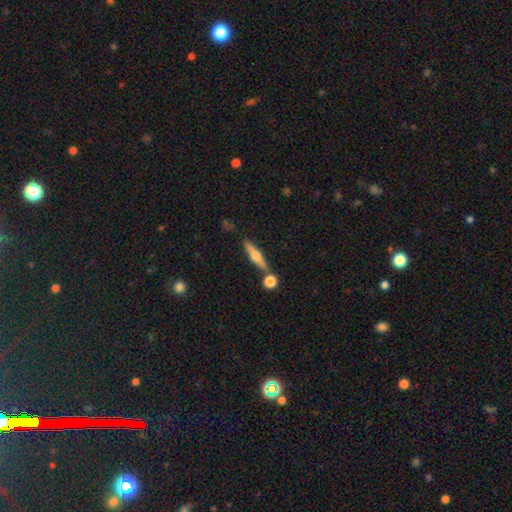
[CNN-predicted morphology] Q: Smooth or featured?
A: featured or disk (59%); runner-up: smooth (34%)
Q: Edge-on disk?
A: yes (96%); runner-up: no (4%)
Q: Edge-on bulge?
A: rounded (91%); runner-up: boxy (5%)
Q: Merging?
A: none (78%); runner-up: merger (10%)